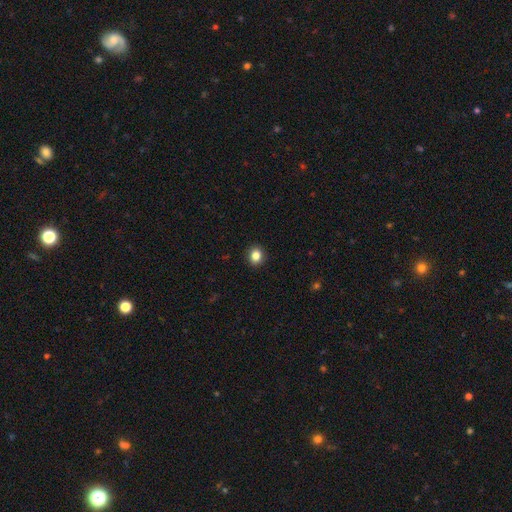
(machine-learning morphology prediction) Smooth or featured?
  - smooth: 85% *
  - star or artifact: 10%
  - featured or disk: 5%
How rounded?
  - round: 66% *
  - in between: 33%
  - cigar-shaped: 1%
Merging?
  - none: 91% *
  - minor disturbance: 6%
  - major disturbance: 2%
  - merger: 1%